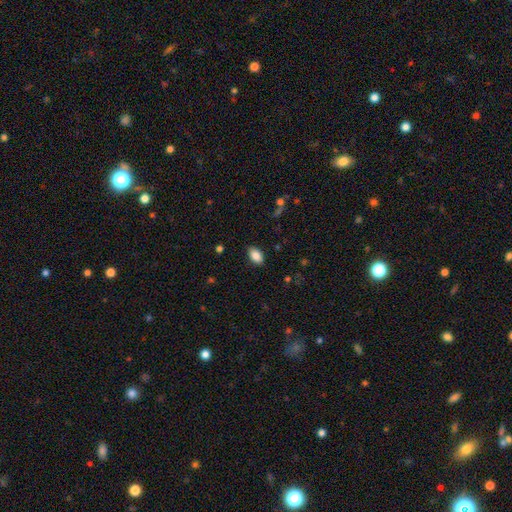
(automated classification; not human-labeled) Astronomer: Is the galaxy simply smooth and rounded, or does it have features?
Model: smooth — 86%.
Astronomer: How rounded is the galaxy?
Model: in between — 91%.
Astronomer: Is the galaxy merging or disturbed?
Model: none — 85%.